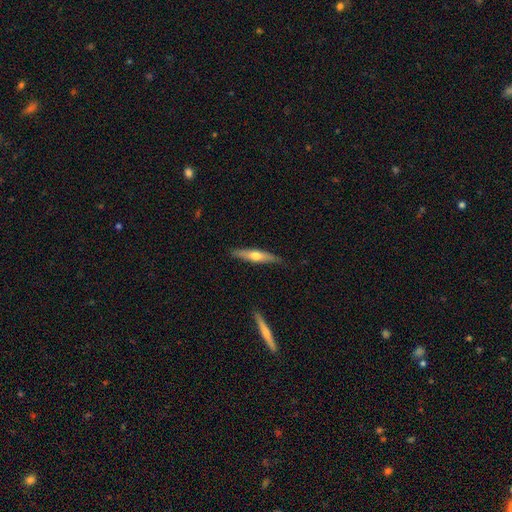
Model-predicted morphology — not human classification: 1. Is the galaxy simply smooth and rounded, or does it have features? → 47% featured or disk (tied), 47% smooth (tied), 6% star or artifact.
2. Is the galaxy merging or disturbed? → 86% none, 11% minor disturbance, 2% major disturbance, 1% merger.